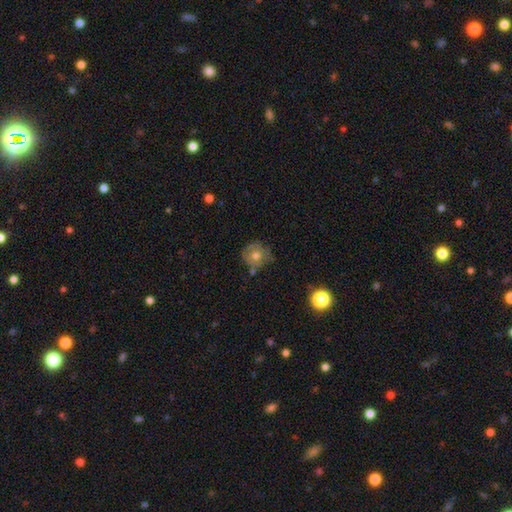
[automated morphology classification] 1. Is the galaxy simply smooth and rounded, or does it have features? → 62% smooth, 28% featured or disk, 9% star or artifact.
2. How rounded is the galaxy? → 90% round, 9% in between, 1% cigar-shaped.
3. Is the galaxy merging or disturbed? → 65% none, 23% minor disturbance, 6% merger, 6% major disturbance.